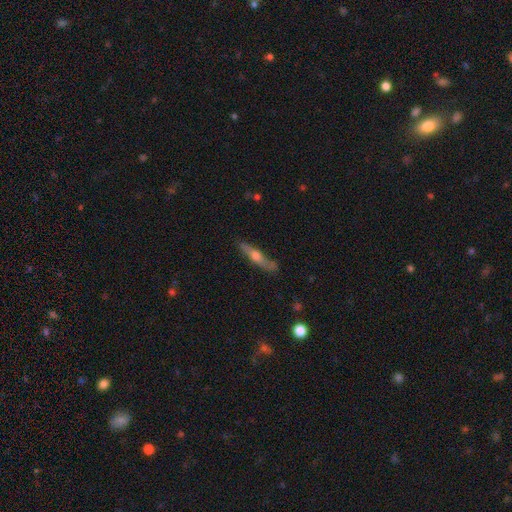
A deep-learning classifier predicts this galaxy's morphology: Q: Smooth or featured?
A: featured or disk (60%); runner-up: smooth (34%)
Q: Edge-on disk?
A: yes (91%); runner-up: no (9%)
Q: Edge-on bulge?
A: rounded (89%); runner-up: none (6%)
Q: Merging?
A: none (81%); runner-up: minor disturbance (14%)